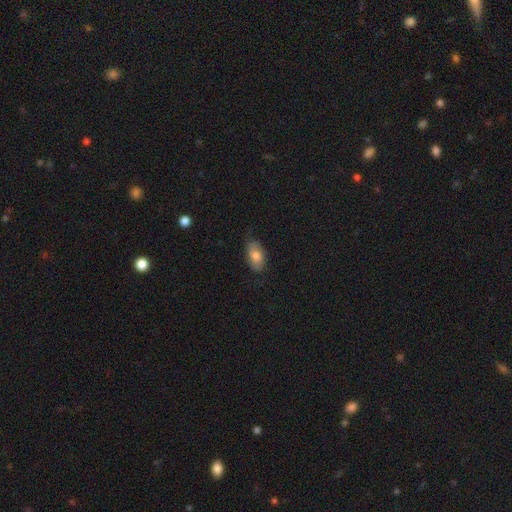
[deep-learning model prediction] smooth-or-featured: smooth: 74% | featured or disk: 19% | star or artifact: 7%
  how-rounded: in between: 91% | round: 7% | cigar-shaped: 2%
  merging: none: 72% | minor disturbance: 23% | major disturbance: 4% | merger: 1%